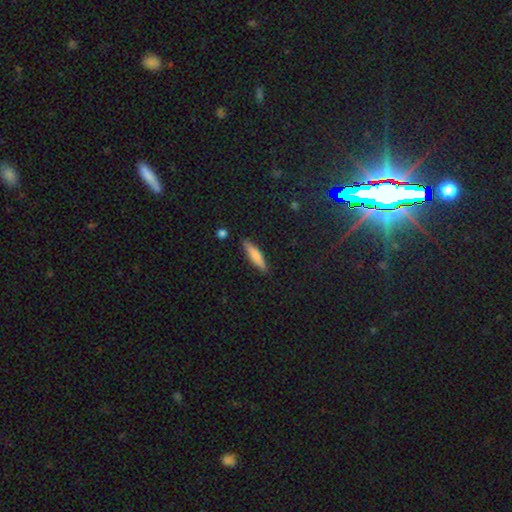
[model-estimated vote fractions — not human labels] Smooth or featured? Predicted: smooth (p=0.75). How rounded? Predicted: cigar-shaped (p=0.83). Merging? Predicted: none (p=0.87).